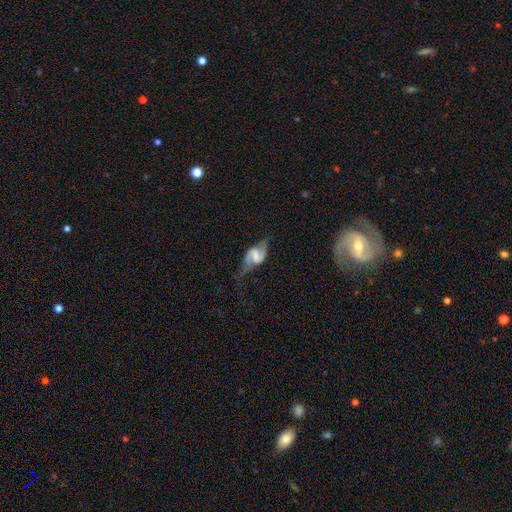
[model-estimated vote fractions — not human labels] Morphology: type=featured or disk (80%); edge-on=no (96%); bar=weak (49%); spiral arms=yes (93%); winding=loose (53%); arm count=2 (90%); bulge=small (32%); merging=none (55%).